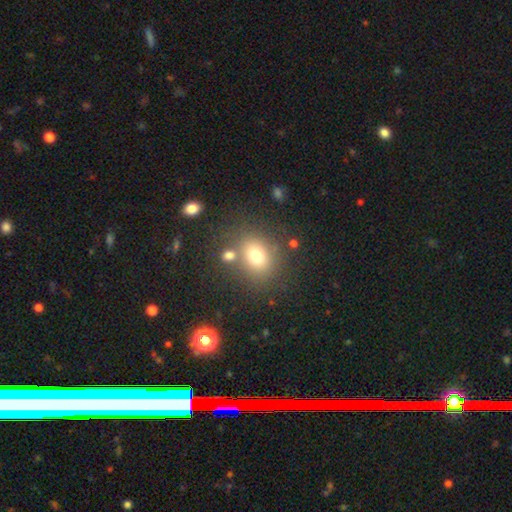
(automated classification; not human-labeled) This is likely a smooth galaxy (73%). How rounded: possibly round (59%). Merging: likely none (68%).